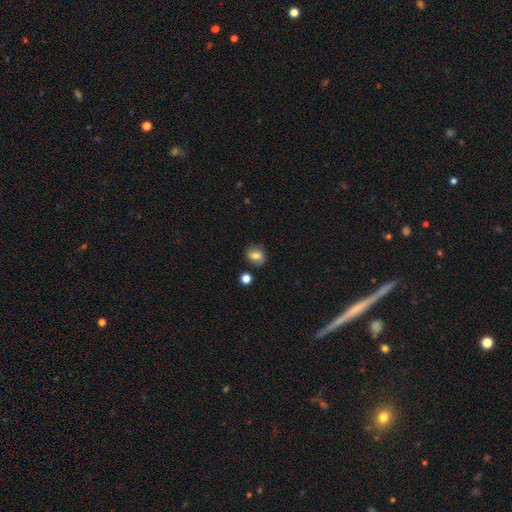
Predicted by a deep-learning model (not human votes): Smooth or featured?
  - smooth: 64% *
  - featured or disk: 25%
  - star or artifact: 11%
How rounded?
  - round: 52% *
  - in between: 47%
  - cigar-shaped: 2%
Merging?
  - none: 73% *
  - minor disturbance: 18%
  - major disturbance: 5%
  - merger: 5%